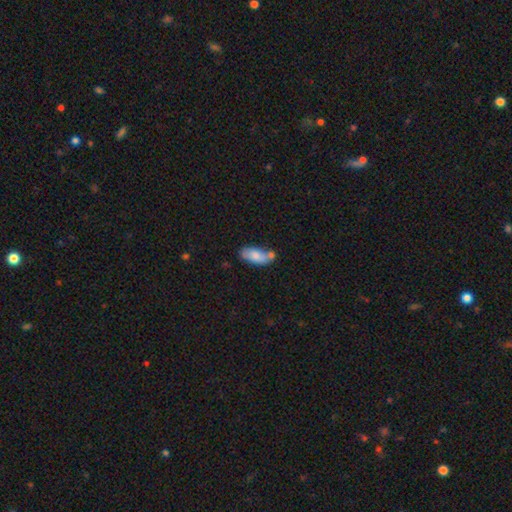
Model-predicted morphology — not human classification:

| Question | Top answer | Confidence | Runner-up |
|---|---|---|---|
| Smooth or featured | smooth | 77% | featured or disk (17%) |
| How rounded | in between | 86% | cigar-shaped (12%) |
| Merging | none | 51% | merger (23%) |